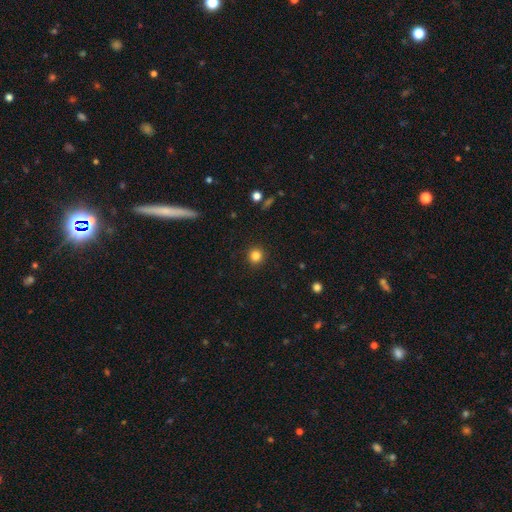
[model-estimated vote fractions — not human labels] Overall: smooth (84%). How rounded: round (94%). Merging: none (92%).